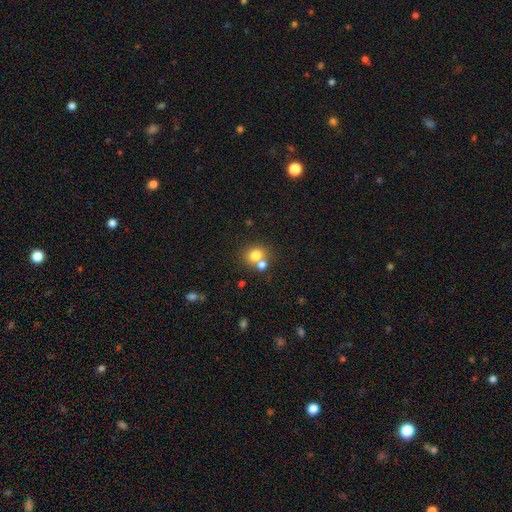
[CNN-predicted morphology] A smooth galaxy with no disk features (76%) that is round (68%).

Vote fractions:
- Smooth or featured? smooth: 76% / star or artifact: 13% / featured or disk: 11%
- How rounded? round: 68% / in between: 31% / cigar-shaped: 1%
- Merging? none: 51% / merger: 38% / minor disturbance: 8% / major disturbance: 3%